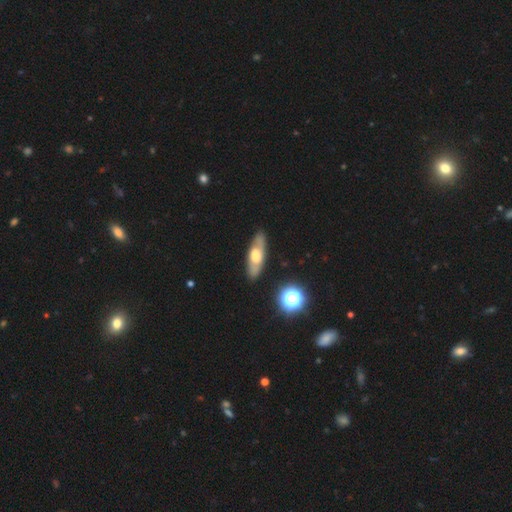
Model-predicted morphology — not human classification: Smooth or featured?
  - featured or disk: 52% *
  - smooth: 41%
  - star or artifact: 7%
Edge-on disk?
  - no: 57% *
  - yes: 43%
Merging?
  - none: 85% *
  - minor disturbance: 11%
  - major disturbance: 3%
  - merger: 2%